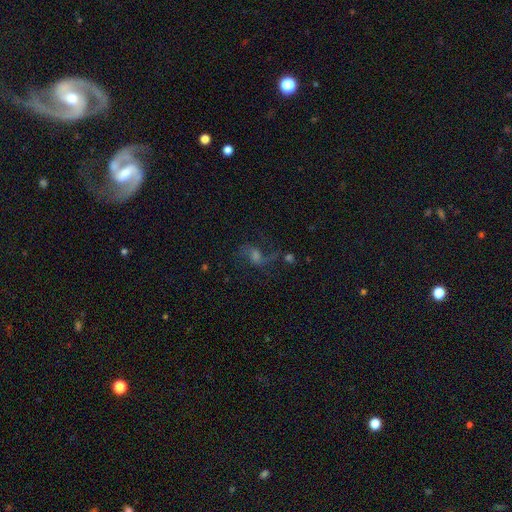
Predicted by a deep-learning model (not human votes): Smooth or featured? featured or disk (62%)
Edge-on disk? no (96%)
Bar? no (46%)
Spiral arms? yes (91%)
Spiral winding? loose (70%)
Spiral arm count? 2 (87%)
Bulge size? moderate (41%)
Merging? none (64%)